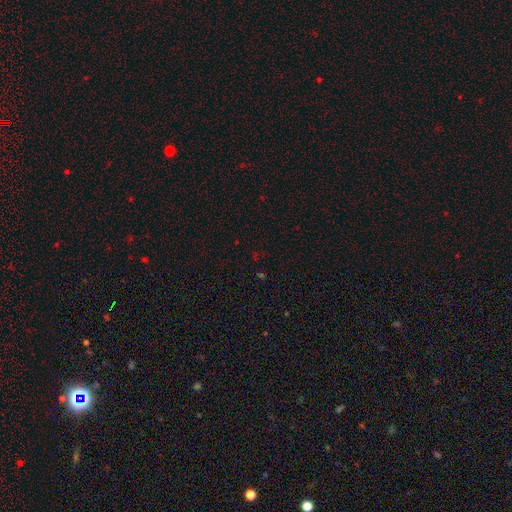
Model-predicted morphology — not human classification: A star or artifact, not a galaxy (65%).

Vote fractions:
- Smooth or featured? star or artifact: 65% / smooth: 27% / featured or disk: 7%